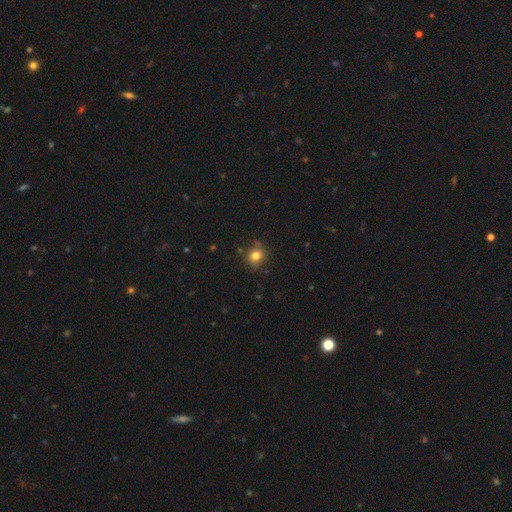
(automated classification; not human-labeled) Smooth or featured: smooth — 79% (star or artifact — 12%)
How rounded: round — 73% (in between — 26%)
Merging: none — 75% (minor disturbance — 18%)